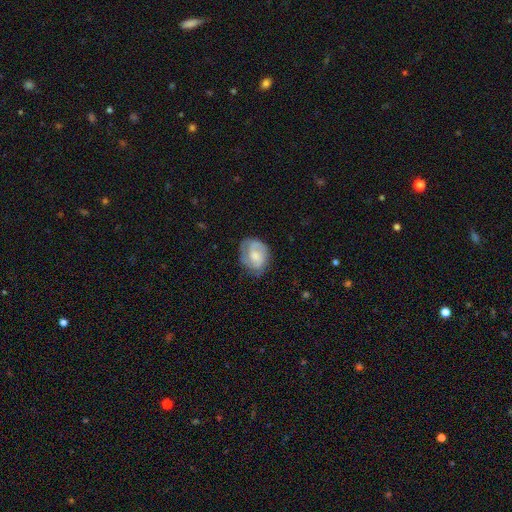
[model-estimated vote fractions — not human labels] Smooth or featured? featured or disk (51%)
Edge-on disk? no (97%)
Merging? none (61%)